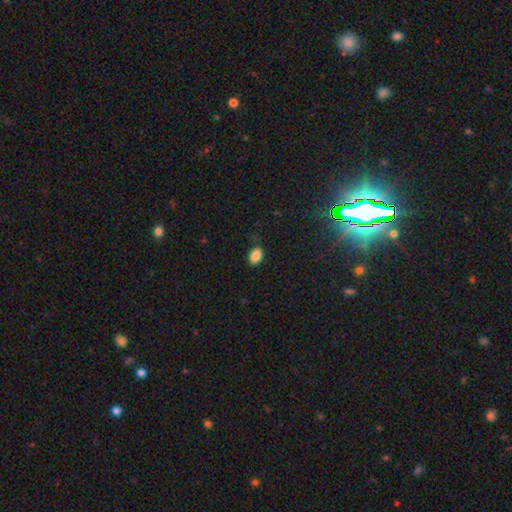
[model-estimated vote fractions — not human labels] A smooth galaxy with no disk features (86%) that is in between round and cigar-shaped (83%). Merging: none (83%).